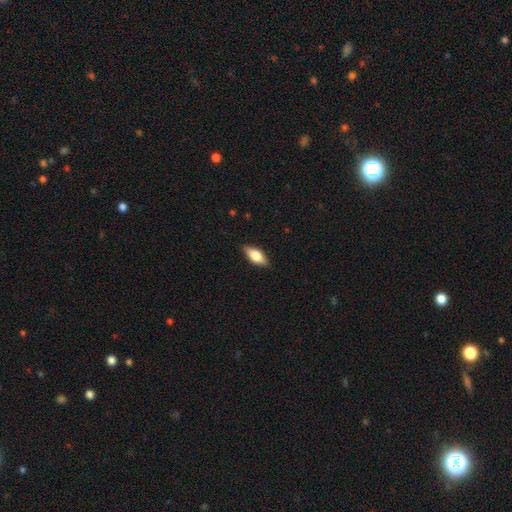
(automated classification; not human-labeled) The model was most divided on "smooth or featured": smooth: 66%, featured or disk: 28%, star or artifact: 7%. More confident: merging — none (86%); how rounded — in between (80%).